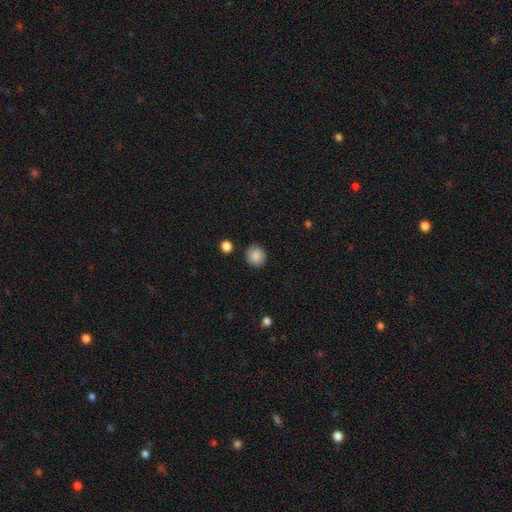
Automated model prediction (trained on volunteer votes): smooth_or_featured: smooth (p=0.87) [alt: star or artifact p=0.08]
how_rounded: round (p=0.87) [alt: in between p=0.12]
merging: none (p=0.88) [alt: minor disturbance p=0.08]